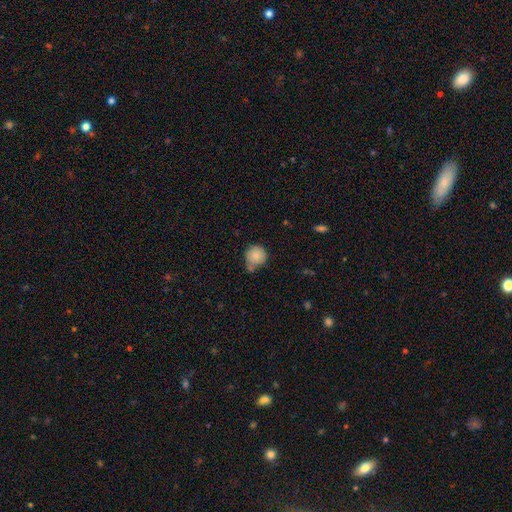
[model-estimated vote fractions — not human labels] A smooth galaxy with no disk features (85%) that is round (91%). Merging: none (57%).